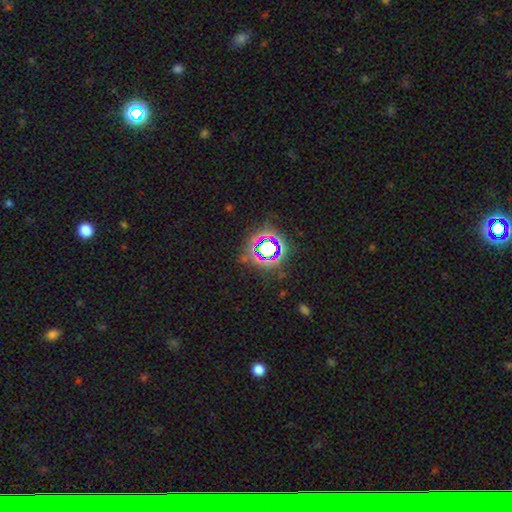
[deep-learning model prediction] star or artifact 76%, smooth 15%, featured or disk 9%.